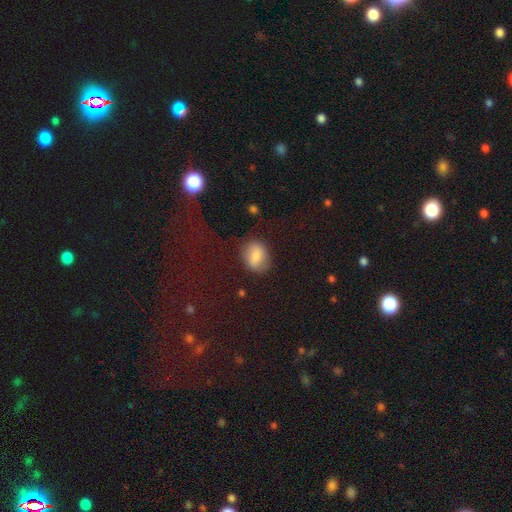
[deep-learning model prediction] Smooth or featured?
  - smooth: 74% *
  - featured or disk: 17%
  - star or artifact: 9%
How rounded?
  - in between: 59% *
  - round: 39%
  - cigar-shaped: 2%
Merging?
  - none: 77% *
  - minor disturbance: 16%
  - major disturbance: 5%
  - merger: 2%